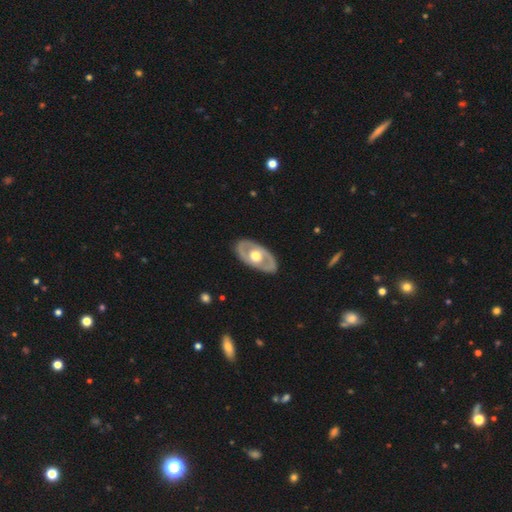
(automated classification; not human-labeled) smooth-or-featured: featured or disk: 64% | smooth: 32% | star or artifact: 4%
  disk-edge-on: no: 86% | yes: 14%
    bar: no: 86% | weak: 11% | strong: 3%
    has-spiral-arms: no: 80% | yes: 20%
    bulge-size: moderate: 62% | large: 32% | small: 3% | dominant: 1% | none: 1%
  merging: none: 85% | minor disturbance: 10% | major disturbance: 3% | merger: 1%